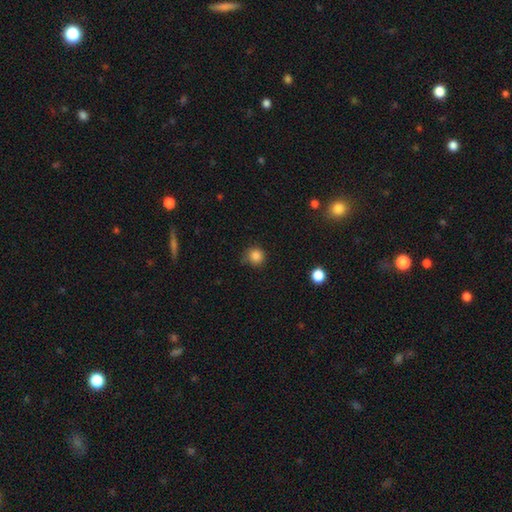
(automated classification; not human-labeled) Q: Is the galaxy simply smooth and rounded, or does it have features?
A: smooth — 85%.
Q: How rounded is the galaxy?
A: round — 93%.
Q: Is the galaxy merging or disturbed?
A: none — 76%.